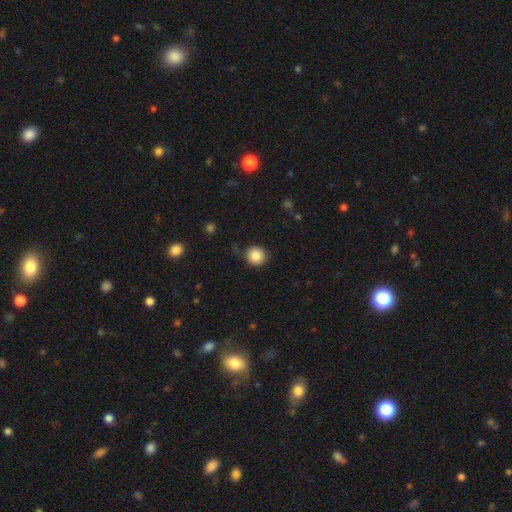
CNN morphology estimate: A smooth galaxy with no disk features (86%) that is round (92%). Merging: none (80%).